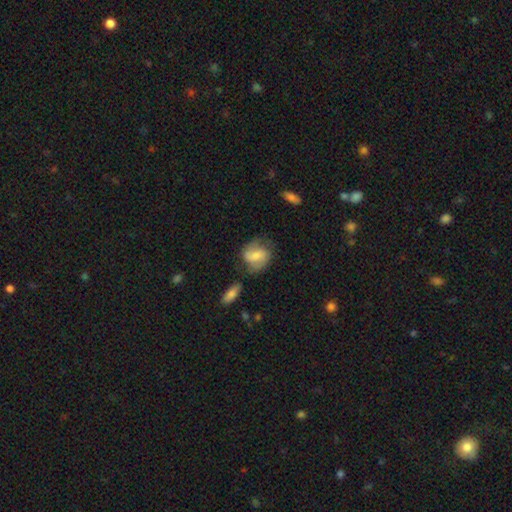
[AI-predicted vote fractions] The model was most divided on "smooth or featured": featured or disk: 47%, smooth: 46%, star or artifact: 7%. More confident: merging — none (61%).